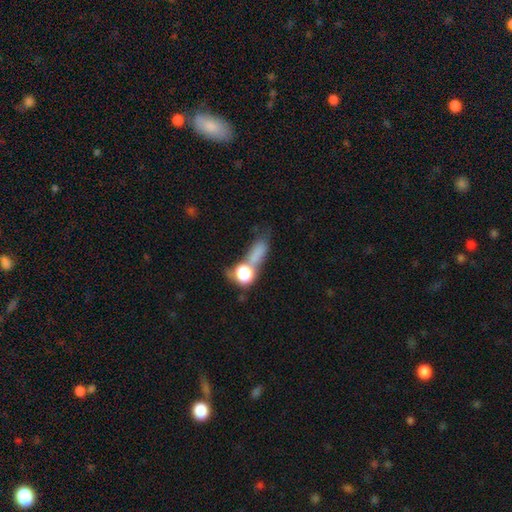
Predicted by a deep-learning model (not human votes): Smooth or featured? smooth (67%)
How rounded? in between (48%)
Merging? merger (38%)